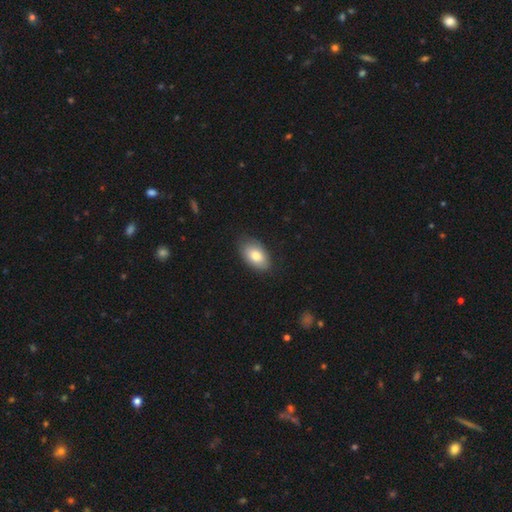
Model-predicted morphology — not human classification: smooth_or_featured: smooth (p=0.80) [alt: featured or disk p=0.14]
how_rounded: in between (p=0.92) [alt: round p=0.06]
merging: none (p=0.80) [alt: minor disturbance p=0.16]